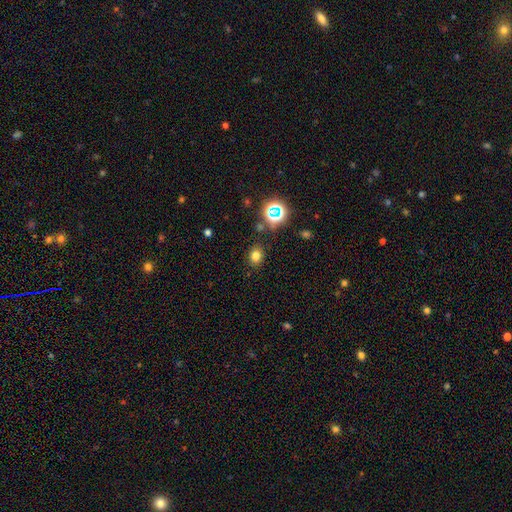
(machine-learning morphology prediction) Smooth or featured? Predicted: smooth (p=0.74). How rounded? Predicted: round (p=0.58). Merging? Predicted: none (p=0.84).